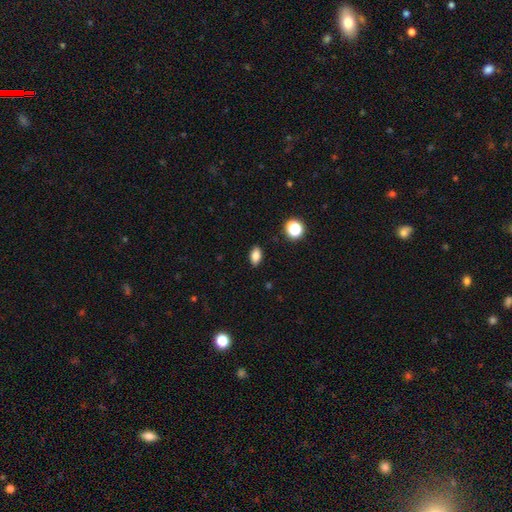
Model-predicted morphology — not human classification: The model was most divided on "smooth or featured": smooth: 84%, star or artifact: 11%, featured or disk: 5%. More confident: merging — none (88%); how rounded — in between (87%).